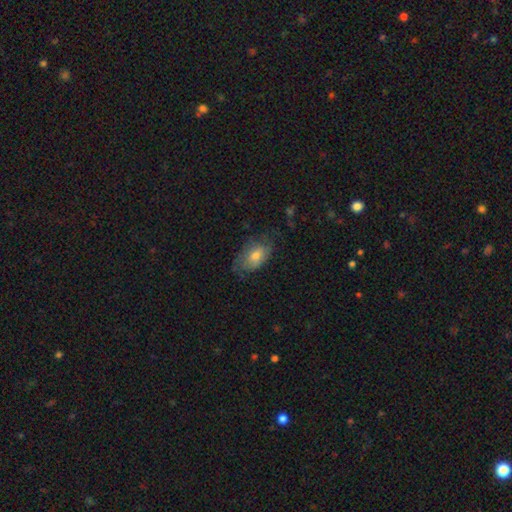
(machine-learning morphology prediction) Overall: smooth (63%; featured or disk 29%). How rounded: in between (90%). Merging: none (61%; minor disturbance 27%).